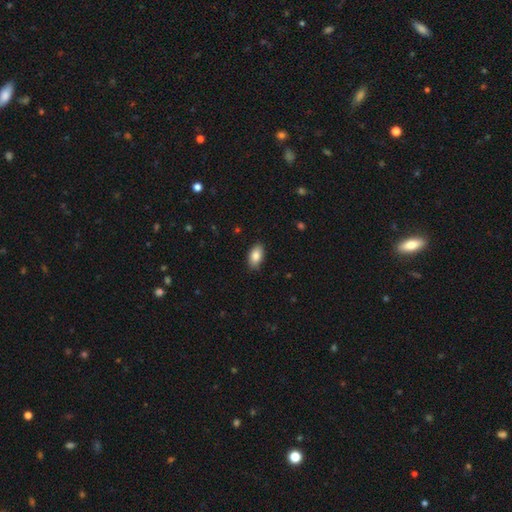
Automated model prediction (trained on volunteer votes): Overall: smooth (85%). How rounded: in between (93%). Merging: none (87%).